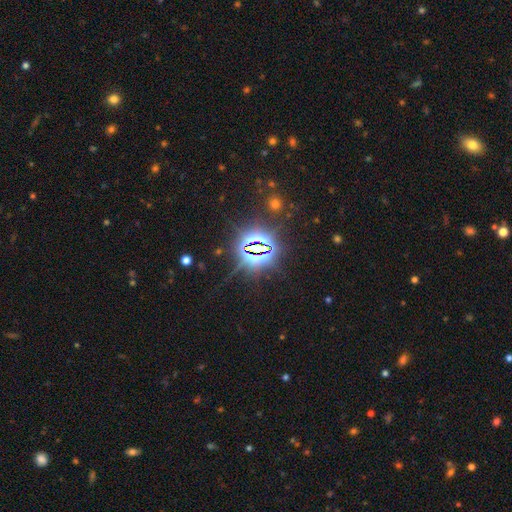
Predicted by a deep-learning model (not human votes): Morphology: type=star or artifact (82%).